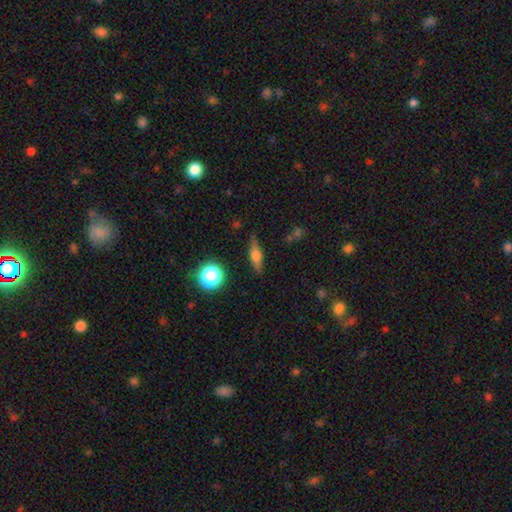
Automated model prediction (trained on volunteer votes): smooth_or_featured: featured or disk (p=0.46) [alt: smooth p=0.44]
merging: none (p=0.84) [alt: minor disturbance p=0.11]